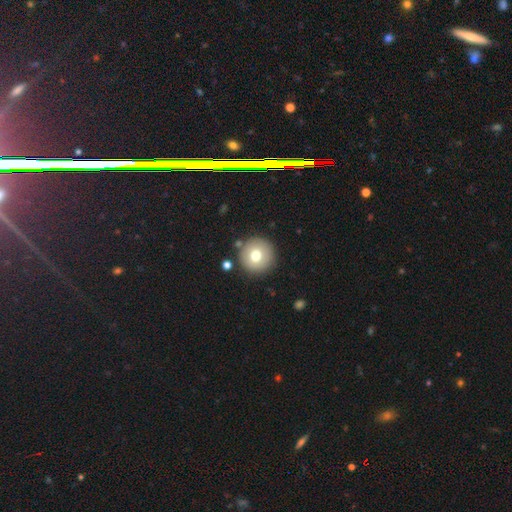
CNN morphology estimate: Overall: smooth (72%). How rounded: round (96%). Merging: none (87%).